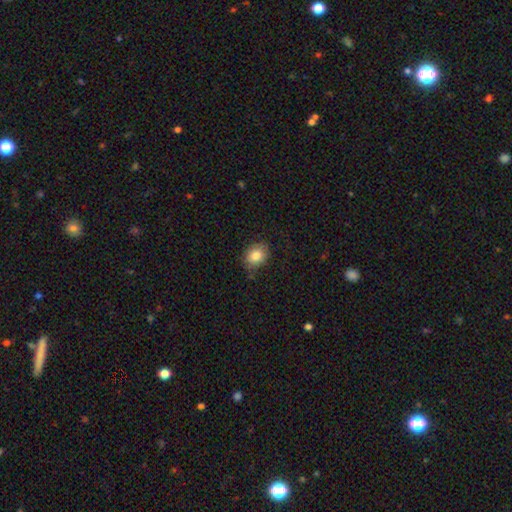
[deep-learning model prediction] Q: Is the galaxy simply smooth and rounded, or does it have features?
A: smooth — 83%.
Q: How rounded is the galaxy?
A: in between — 52%.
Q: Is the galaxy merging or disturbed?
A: none — 73%.